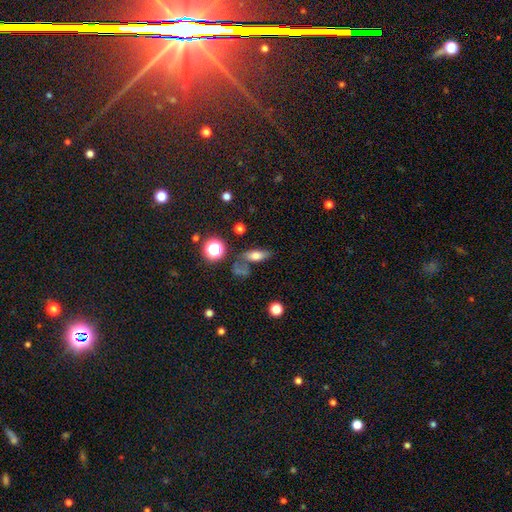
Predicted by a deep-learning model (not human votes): smooth 69%, featured or disk 17%, star or artifact 14%. Down the decision tree: how rounded — in between (68%); merging — none (61%).